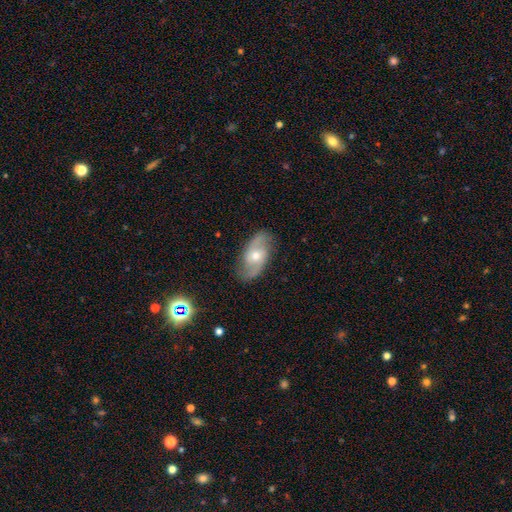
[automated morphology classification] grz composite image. It shows a featured or disk galaxy (76%) with no bar (61%), 2 (88%) medium (46%) spiral arms (91%) and a moderate central bulge (53%). Merging: none (81%).